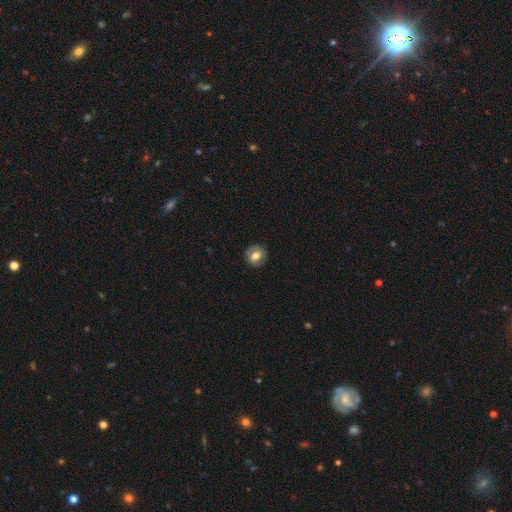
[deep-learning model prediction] Overall: smooth (69%). How rounded: round (82%). Merging: none (85%).